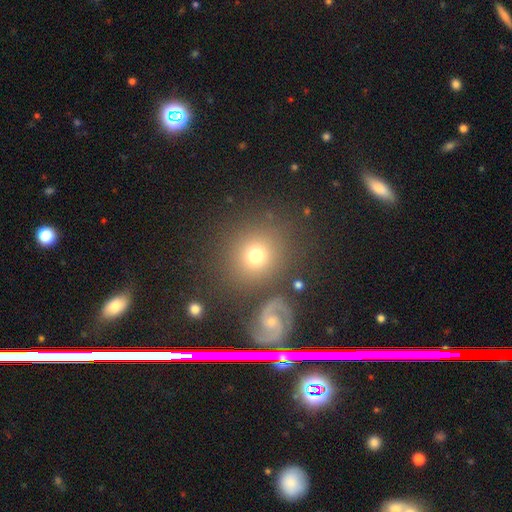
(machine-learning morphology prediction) Overall: smooth (68%). How rounded: round (85%). Merging: none (77%).